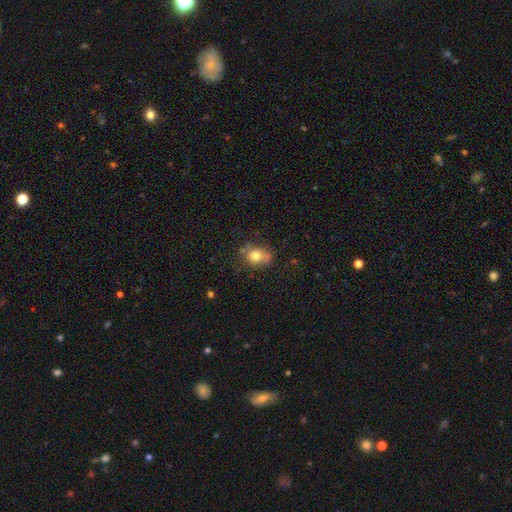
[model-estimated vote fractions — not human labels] smooth_or_featured: smooth (p=0.76) [alt: featured or disk p=0.14]
how_rounded: in between (p=0.52) [alt: round p=0.46]
merging: none (p=0.58) [alt: minor disturbance p=0.25]